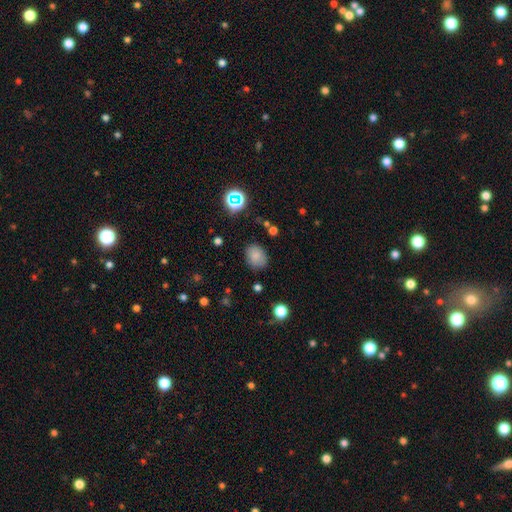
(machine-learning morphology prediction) This appears to be a smooth galaxy with no disk features (80%) that is in between round and cigar-shaped (53%). Merging: none (77%).